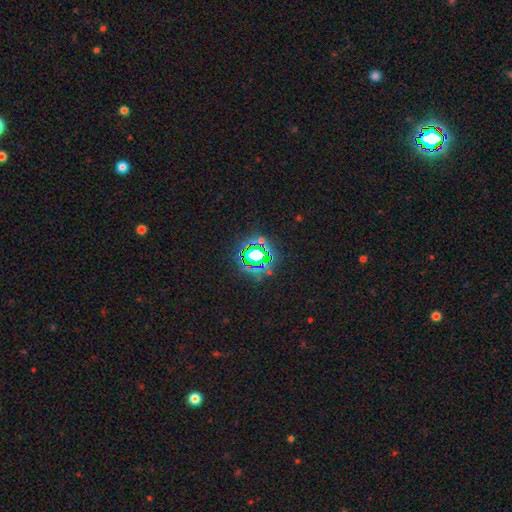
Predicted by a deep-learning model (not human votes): Smooth or featured?
  - star or artifact: 71% *
  - smooth: 17%
  - featured or disk: 11%